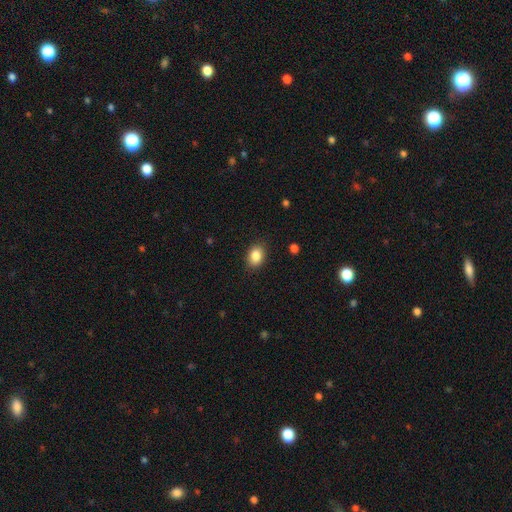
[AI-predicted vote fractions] The model was most divided on "how rounded": in between: 72%, round: 27%, cigar-shaped: 1%. More confident: merging — none (87%); smooth or featured — smooth (86%).